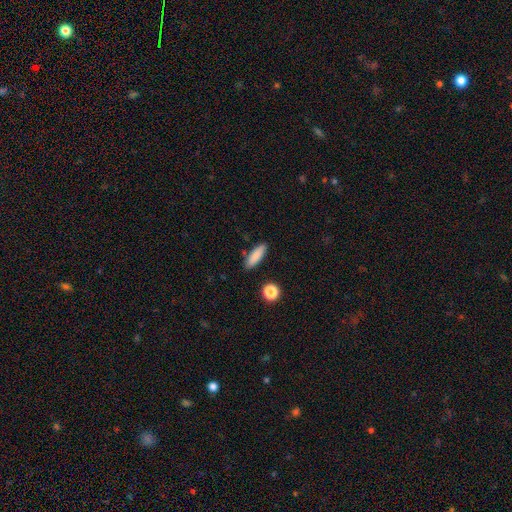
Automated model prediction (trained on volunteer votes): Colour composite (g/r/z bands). It shows a smooth galaxy with no disk features (86%) that is cigar-shaped (51%). Merging: none (86%).